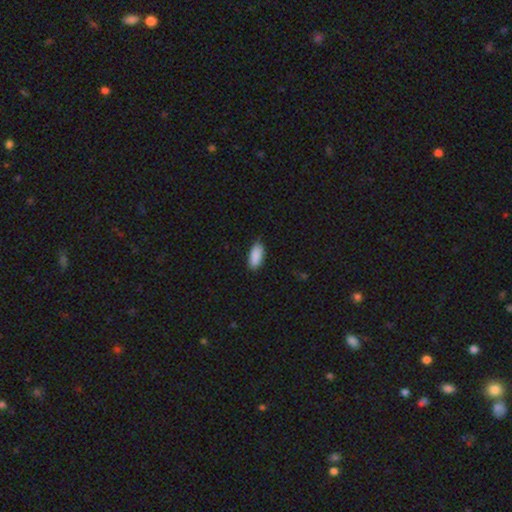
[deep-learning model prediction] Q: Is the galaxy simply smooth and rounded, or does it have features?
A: smooth — 90%.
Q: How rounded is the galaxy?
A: in between — 91%.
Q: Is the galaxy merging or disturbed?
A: none — 83%.